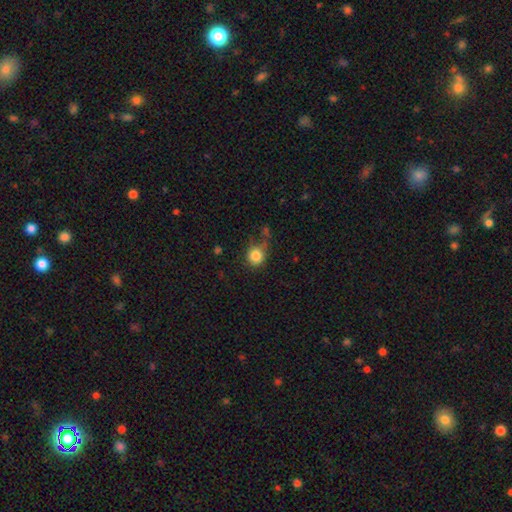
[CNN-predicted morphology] type=smooth (84%); roundness=round (88%); merging=none (60%).